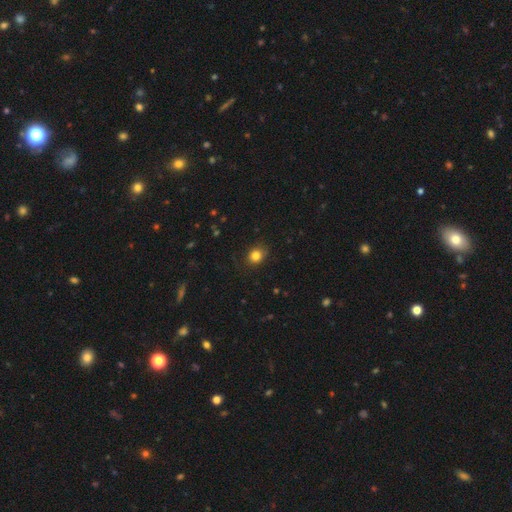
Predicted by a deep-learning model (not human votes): smooth_or_featured: smooth (p=0.83) [alt: star or artifact p=0.12]
how_rounded: round (p=0.69) [alt: in between p=0.30]
merging: none (p=0.83) [alt: minor disturbance p=0.12]